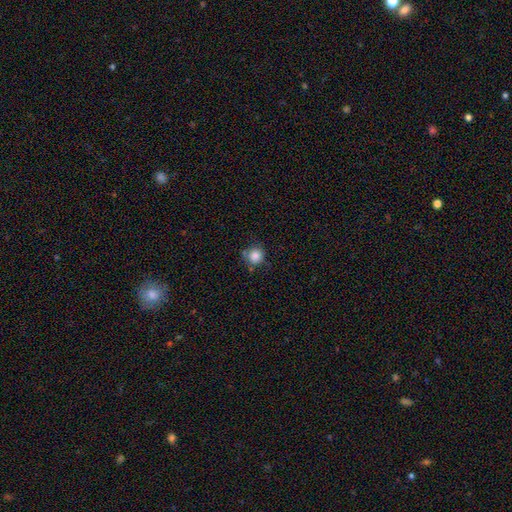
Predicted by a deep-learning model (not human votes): Smooth or featured? smooth (85%)
How rounded? round (93%)
Merging? none (72%)